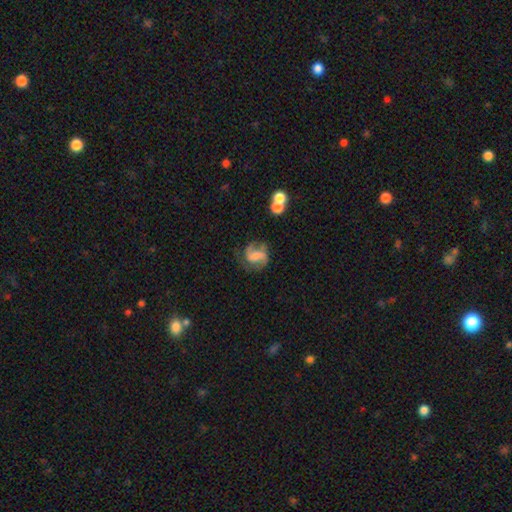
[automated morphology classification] Smooth or featured? featured or disk (72%)
Edge-on disk? no (98%)
Bar? weak (45%)
Spiral arms? yes (91%)
Spiral winding? medium (48%)
Spiral arm count? 2 (77%)
Bulge size? none (33%)
Merging? none (59%)